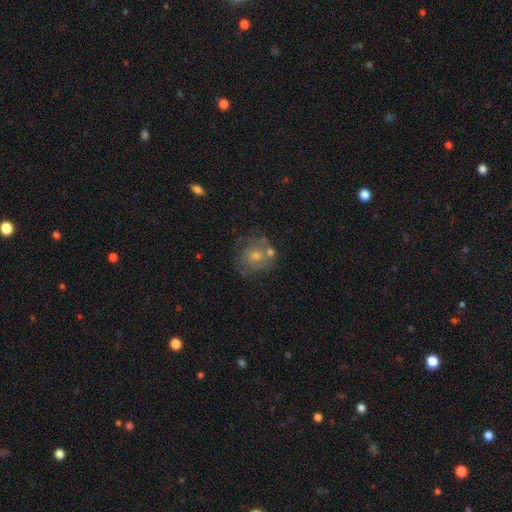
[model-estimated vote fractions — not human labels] Smooth or featured?
  - featured or disk: 60% *
  - smooth: 26%
  - star or artifact: 15%
Edge-on disk?
  - no: 97% *
  - yes: 3%
Bar?
  - no: 75% *
  - weak: 22%
  - strong: 3%
Spiral arms?
  - yes: 80% *
  - no: 20%
Bulge size?
  - moderate: 48% *
  - small: 44%
  - none: 3%
  - large: 3%
  - dominant: 1%
Merging?
  - none: 66% *
  - minor disturbance: 16%
  - merger: 10%
  - major disturbance: 8%